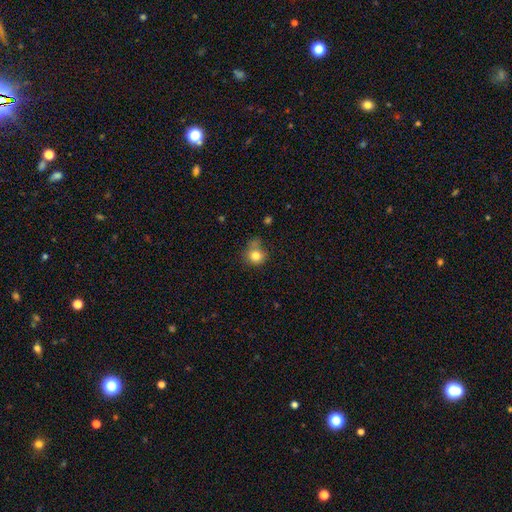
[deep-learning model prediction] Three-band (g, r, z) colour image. It shows a smooth galaxy with no disk features (80%) that is round (79%). Merging: none (49%).